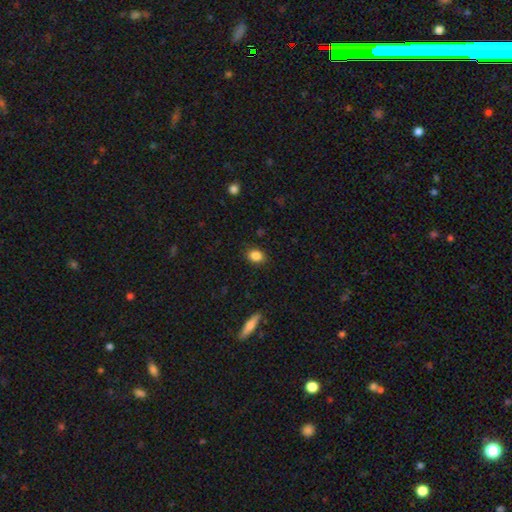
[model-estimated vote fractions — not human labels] smooth 86%, star or artifact 9%, featured or disk 5%. Down the decision tree: how rounded — in between (61%); merging — none (88%).